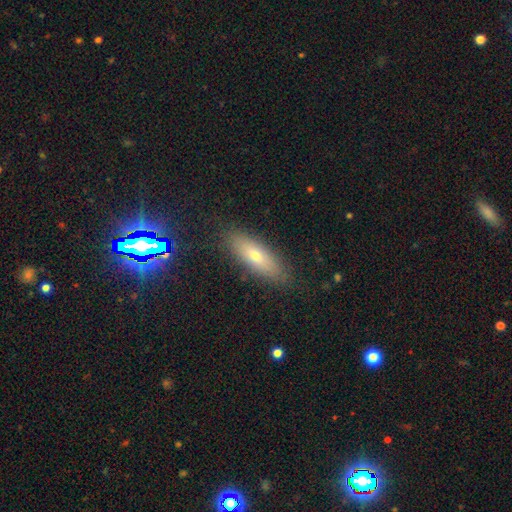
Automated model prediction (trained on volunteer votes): The model was most divided on "how rounded": in between: 53%, cigar-shaped: 44%, round: 3%. More confident: merging — none (87%); smooth or featured — smooth (63%).